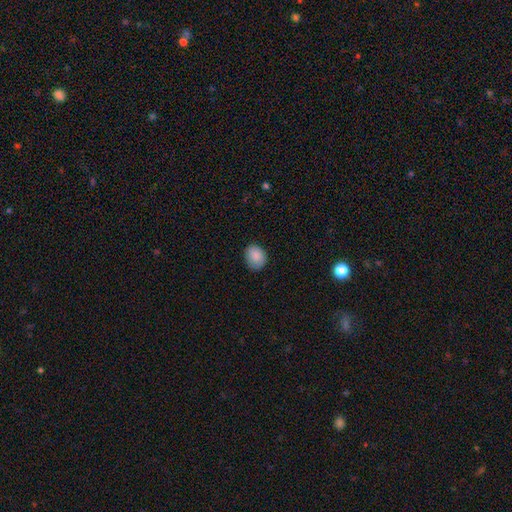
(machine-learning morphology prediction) This appears to be a smooth galaxy with no disk features (87%) that is round (53%). Merging: none (77%).